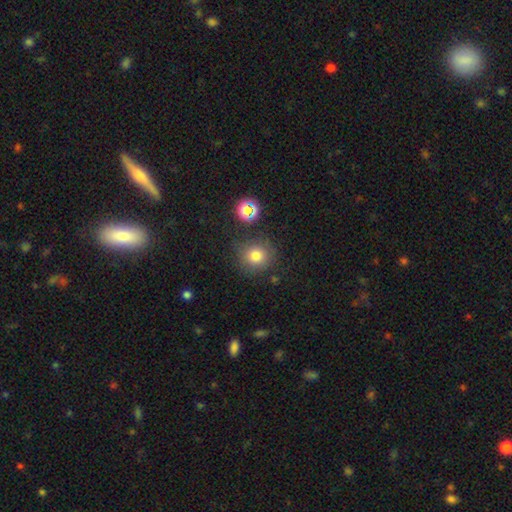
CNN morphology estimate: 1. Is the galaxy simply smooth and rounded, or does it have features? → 78% smooth, 15% star or artifact, 7% featured or disk.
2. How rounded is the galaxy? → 88% round, 11% in between, 1% cigar-shaped.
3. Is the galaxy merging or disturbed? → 78% none, 12% minor disturbance, 5% merger, 5% major disturbance.